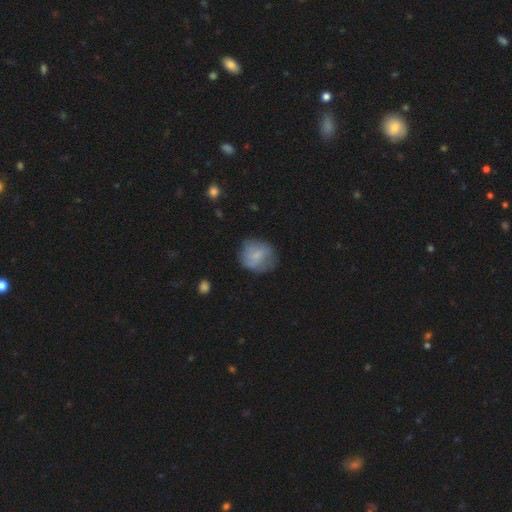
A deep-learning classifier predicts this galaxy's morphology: Smooth or featured? smooth (68%)
How rounded? round (75%)
Merging? none (61%)